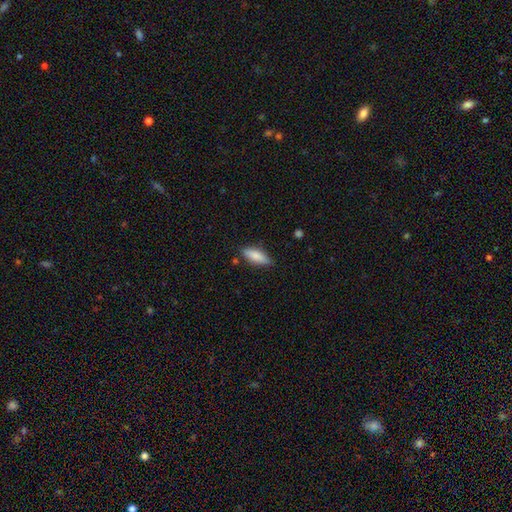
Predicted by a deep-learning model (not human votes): smooth 81%, featured or disk 13%, star or artifact 6%. Down the decision tree: how rounded — in between (66%); merging — none (80%).